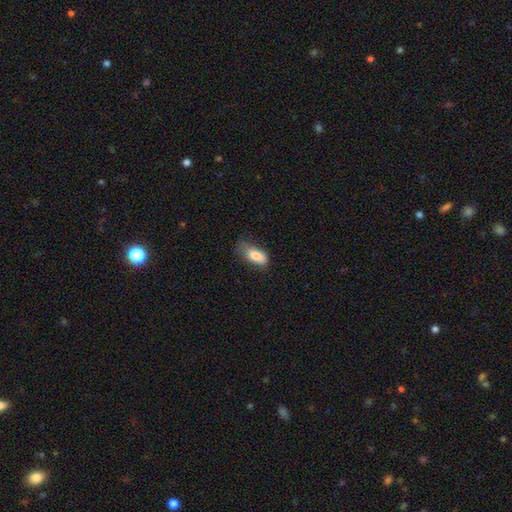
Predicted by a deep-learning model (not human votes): Overall: smooth (79%). How rounded: in between (86%). Merging: minor disturbance (40%; none 38%).